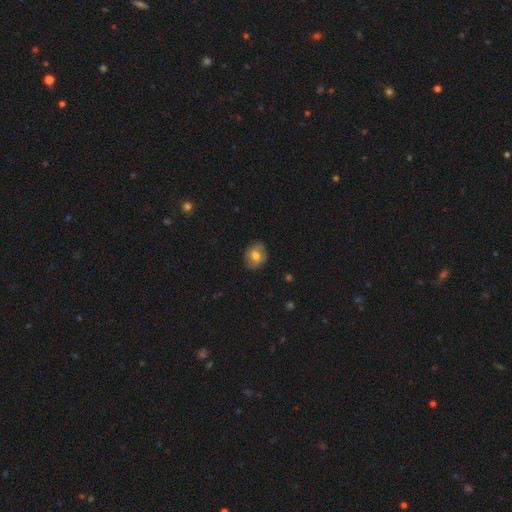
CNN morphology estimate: Smooth or featured? Predicted: smooth (p=0.61). How rounded? Predicted: round (p=0.51). Merging? Predicted: none (p=0.81).